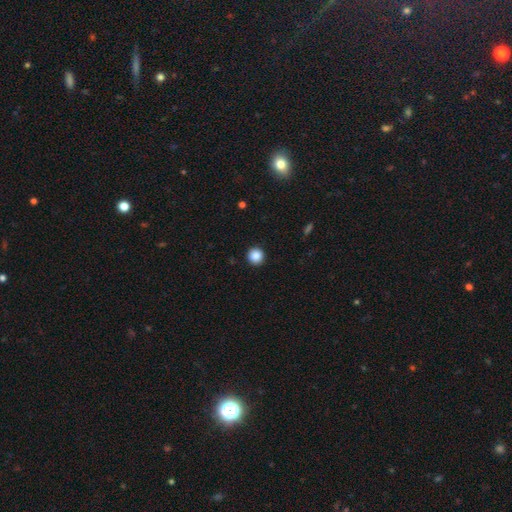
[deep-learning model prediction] A smooth galaxy with no disk features (87%) that is round (95%). Merging: none (93%).